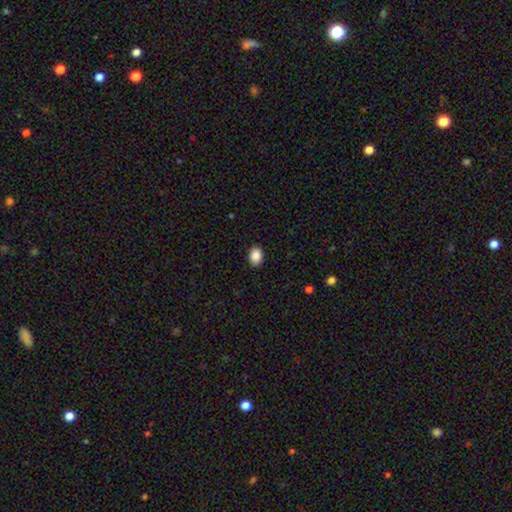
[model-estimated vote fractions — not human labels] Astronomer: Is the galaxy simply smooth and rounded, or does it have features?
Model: smooth — 89%.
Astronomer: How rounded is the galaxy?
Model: in between — 69%.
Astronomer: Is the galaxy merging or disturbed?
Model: none — 89%.